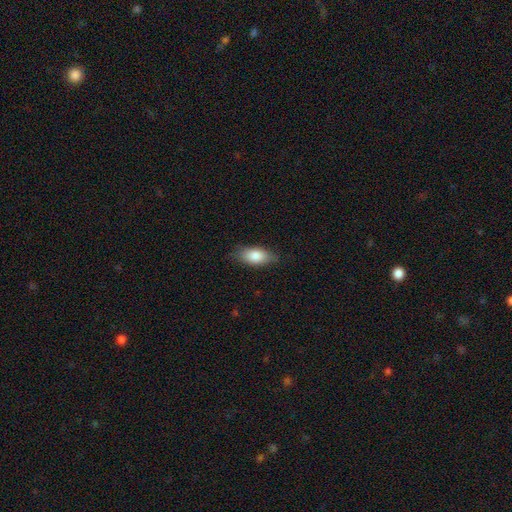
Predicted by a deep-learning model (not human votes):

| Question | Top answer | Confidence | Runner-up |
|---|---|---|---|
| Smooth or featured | smooth | 82% | featured or disk (11%) |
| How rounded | in between | 86% | cigar-shaped (10%) |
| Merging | none | 81% | minor disturbance (15%) |